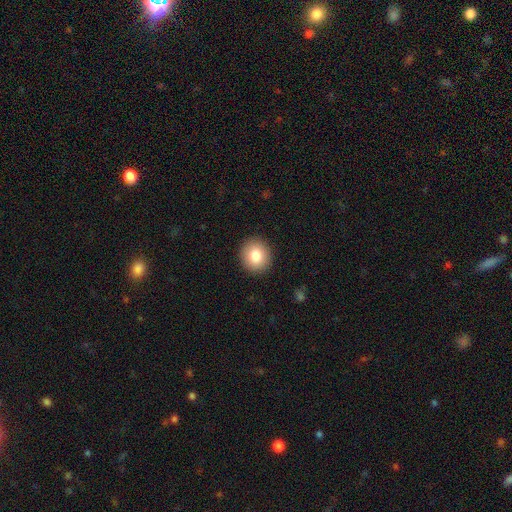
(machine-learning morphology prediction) smooth-or-featured: smooth: 83% | star or artifact: 9% | featured or disk: 8%
  how-rounded: round: 84% | in between: 15% | cigar-shaped: 1%
  merging: none: 91% | minor disturbance: 6% | major disturbance: 2% | merger: 1%